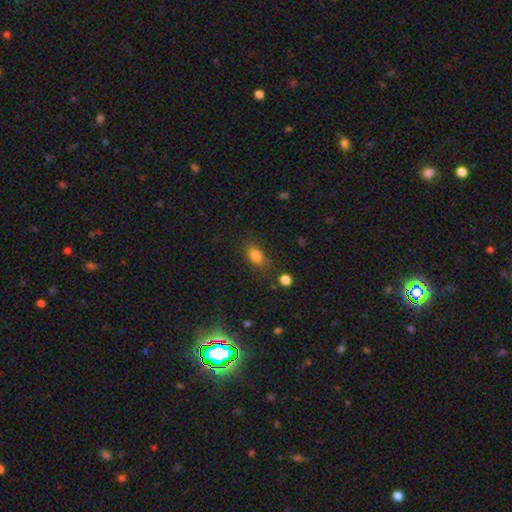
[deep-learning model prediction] Smooth or featured? smooth (83%)
How rounded? in between (81%)
Merging? none (77%)